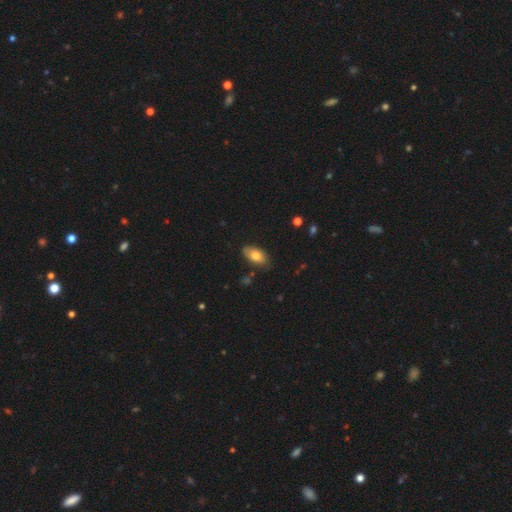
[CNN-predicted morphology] Smooth or featured?
  - smooth: 76% *
  - featured or disk: 17%
  - star or artifact: 7%
How rounded?
  - in between: 92% *
  - round: 4%
  - cigar-shaped: 4%
Merging?
  - none: 79% *
  - minor disturbance: 16%
  - major disturbance: 3%
  - merger: 2%